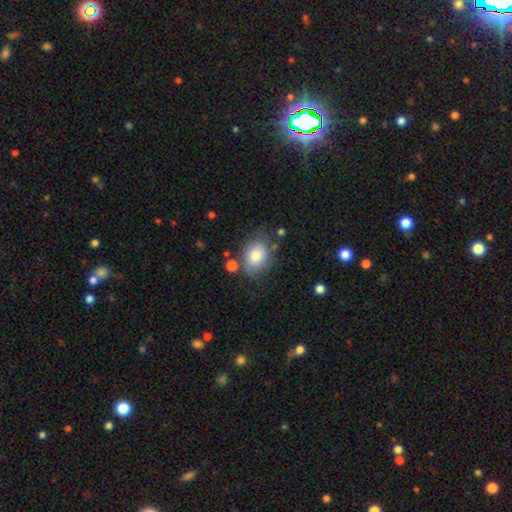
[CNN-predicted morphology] A smooth galaxy with no disk features (76%) that is in between round and cigar-shaped (63%).

Vote fractions:
- Smooth or featured? smooth: 76% / featured or disk: 16% / star or artifact: 8%
- How rounded? in between: 63% / round: 36% / cigar-shaped: 1%
- Merging? none: 65% / minor disturbance: 21% / major disturbance: 7% / merger: 7%